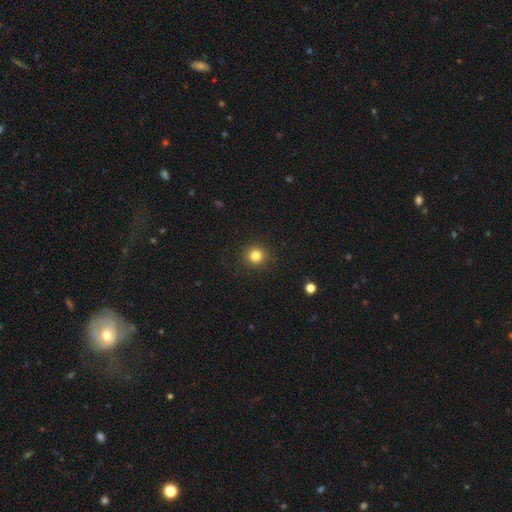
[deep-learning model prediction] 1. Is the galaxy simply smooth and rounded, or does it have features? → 83% smooth, 13% star or artifact, 5% featured or disk.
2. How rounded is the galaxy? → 92% round, 7% in between, 1% cigar-shaped.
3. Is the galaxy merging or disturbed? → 91% none, 6% minor disturbance, 2% major disturbance, 1% merger.